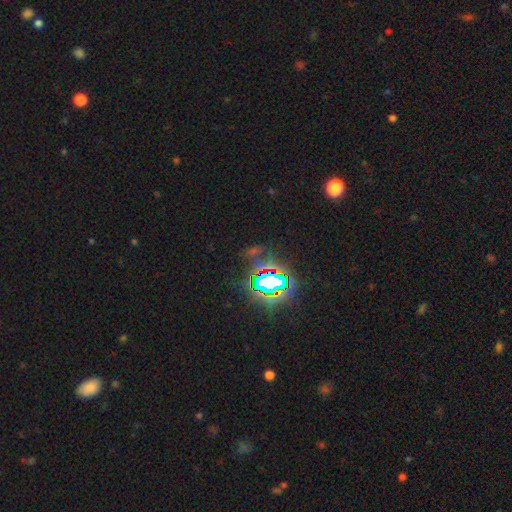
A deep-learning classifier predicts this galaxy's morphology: A star or artifact, not a galaxy (78%).

Vote fractions:
- Smooth or featured? star or artifact: 78% / smooth: 13% / featured or disk: 9%